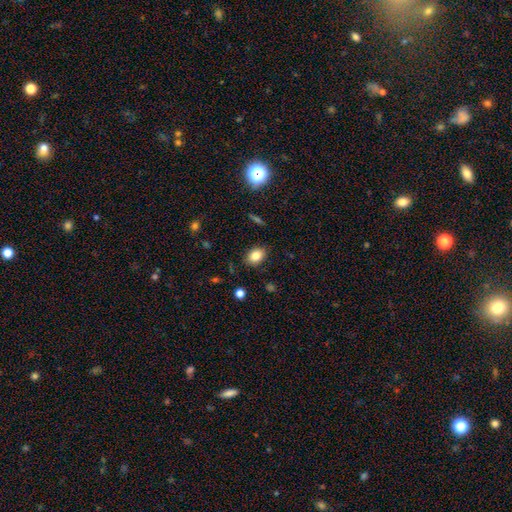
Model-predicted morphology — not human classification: This is clearly a smooth galaxy (82%). How rounded: likely in between (71%). Merging: clearly none (87%).